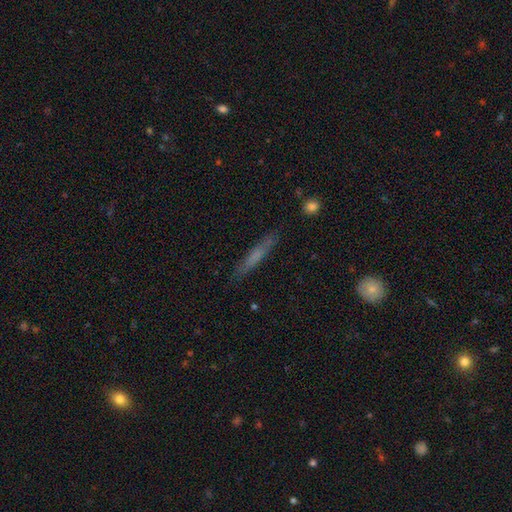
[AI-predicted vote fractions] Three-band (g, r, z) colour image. It shows a smooth galaxy with no disk features (54%) that is cigar-shaped (93%). Merging: none (86%).